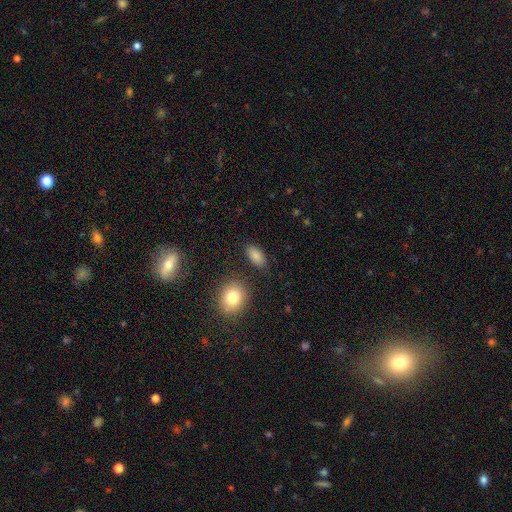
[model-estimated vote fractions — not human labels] smooth_or_featured: smooth (p=0.85) [alt: star or artifact p=0.09]
how_rounded: in between (p=0.91) [alt: round p=0.05]
merging: none (p=0.85) [alt: minor disturbance p=0.10]